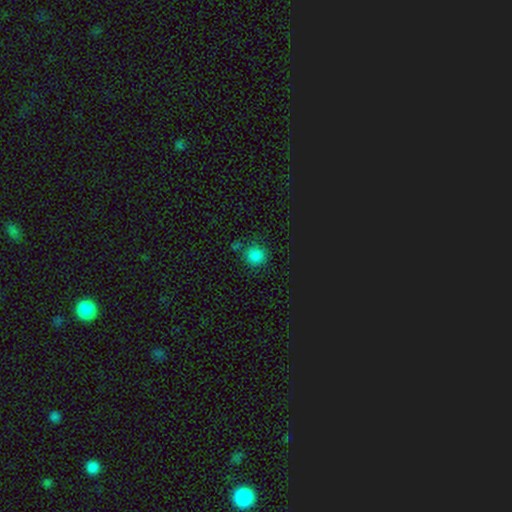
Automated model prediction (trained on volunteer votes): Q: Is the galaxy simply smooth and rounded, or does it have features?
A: smooth — 77%.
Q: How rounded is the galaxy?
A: round — 90%.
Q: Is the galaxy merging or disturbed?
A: none — 79%.